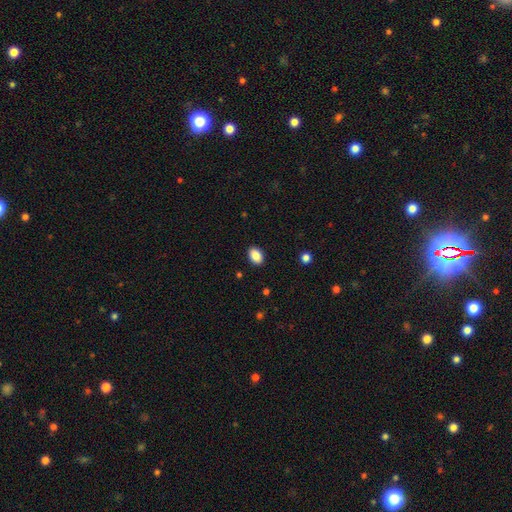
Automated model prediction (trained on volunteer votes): smooth 88%, star or artifact 8%, featured or disk 4%. Down the decision tree: how rounded — in between (85%); merging — none (90%).